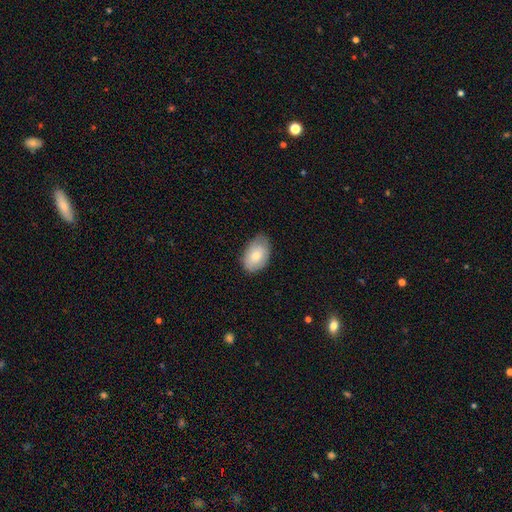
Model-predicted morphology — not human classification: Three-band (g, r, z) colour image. It shows a smooth galaxy with no disk features (75%) that is in between round and cigar-shaped (89%). Merging: none (73%).